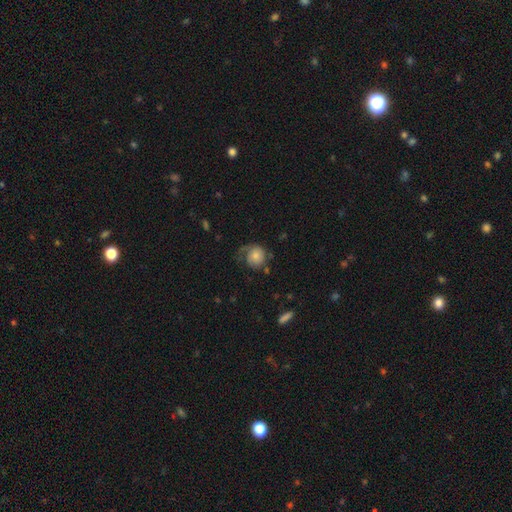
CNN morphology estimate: The model was most divided on "smooth or featured": smooth: 49%, featured or disk: 43%, star or artifact: 8%. Remaining: merging — none (42%).